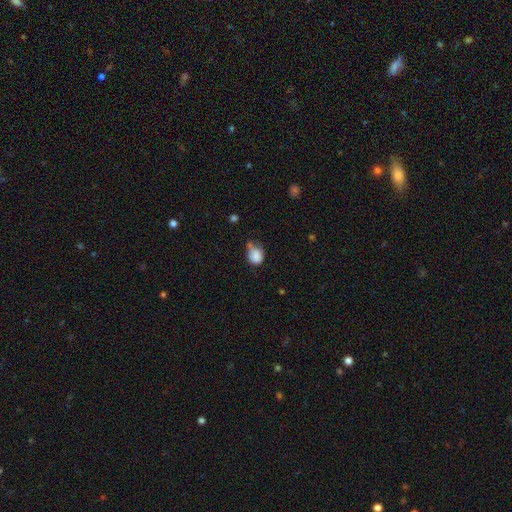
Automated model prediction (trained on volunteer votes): A smooth galaxy with no disk features (81%) that is round (55%). Merging: minor disturbance (40%).